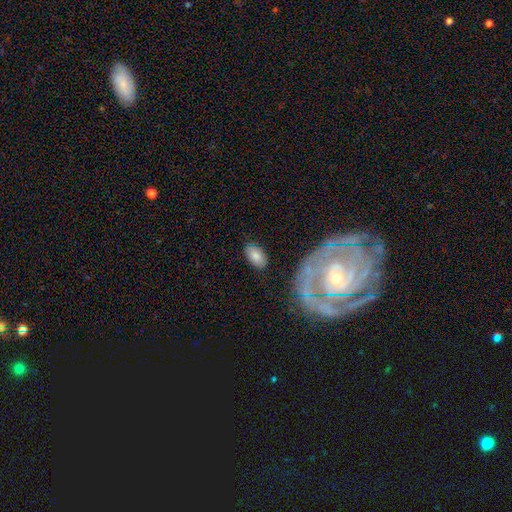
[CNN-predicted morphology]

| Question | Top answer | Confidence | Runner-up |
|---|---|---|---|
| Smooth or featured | smooth | 81% | featured or disk (12%) |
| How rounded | in between | 93% | round (5%) |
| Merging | none | 80% | minor disturbance (14%) |